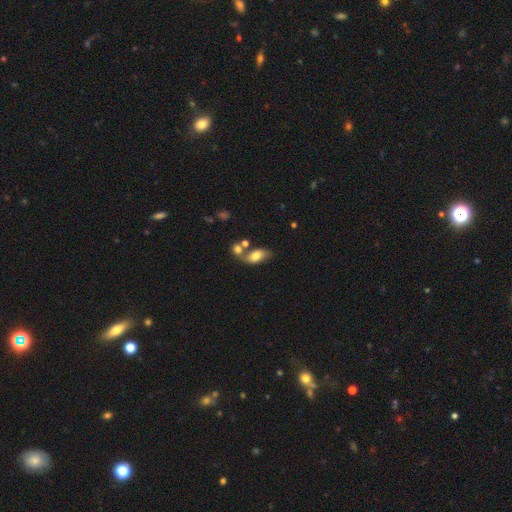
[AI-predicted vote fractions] Overall: smooth (71%). How rounded: in between (87%). Merging: none (41%; merger 34%).